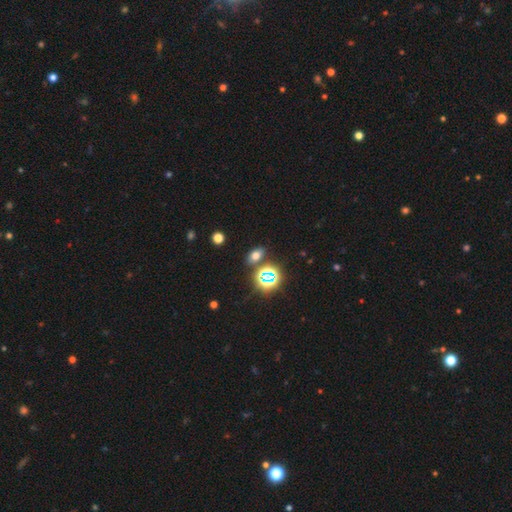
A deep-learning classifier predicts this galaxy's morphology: Overall: smooth (60%; star or artifact 28%). How rounded: in between (79%). Merging: none (80%).